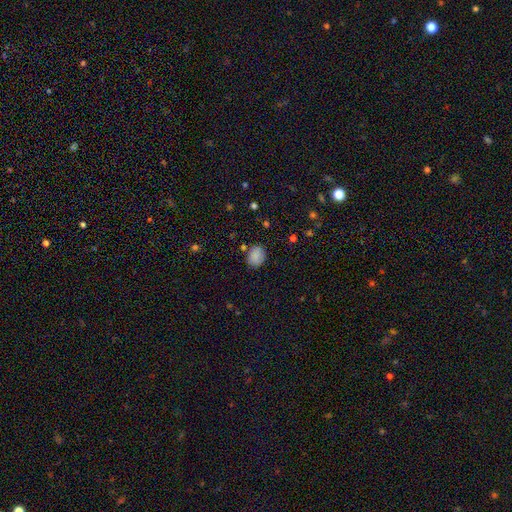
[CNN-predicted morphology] This is clearly a smooth galaxy (84%). How rounded: possibly round (51%). Merging: likely none (79%).